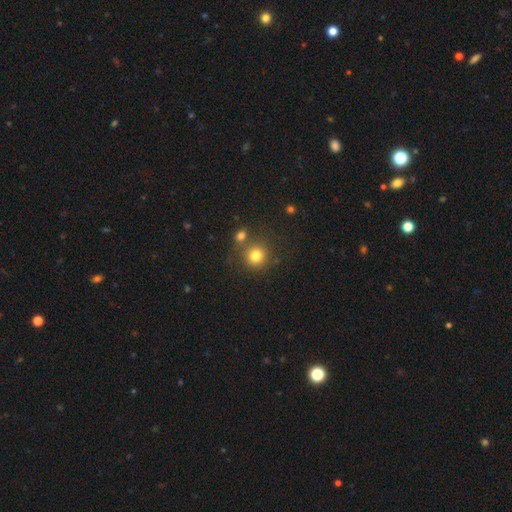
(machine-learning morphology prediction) type=smooth (80%); roundness=round (90%); merging=none (70%).